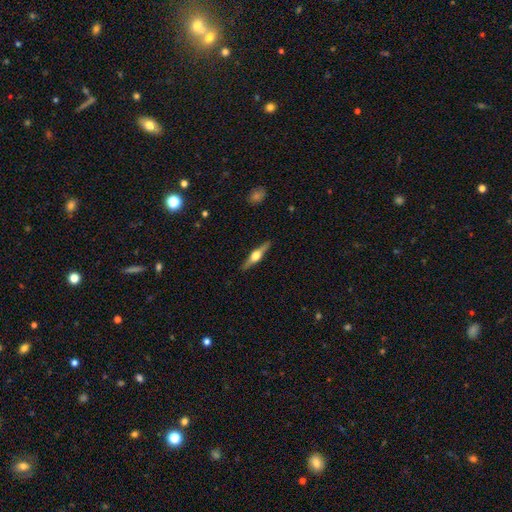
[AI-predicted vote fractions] This appears to be a featured or disk galaxy (72%) viewed edge-on (97%) with a rounded central bulge (94%). Merging: none (89%).